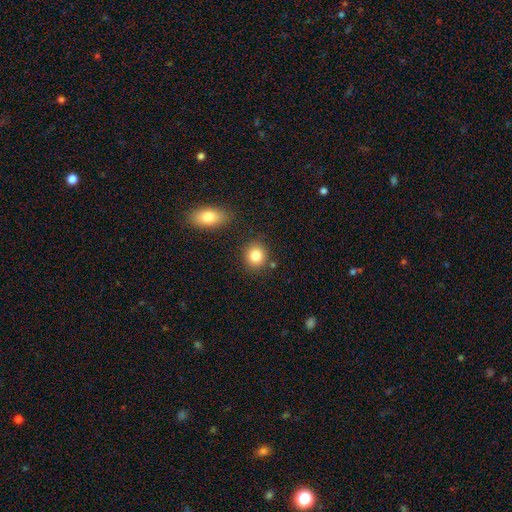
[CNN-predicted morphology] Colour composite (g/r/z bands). It shows a smooth galaxy with no disk features (84%) that is round (79%). Merging: none (82%).